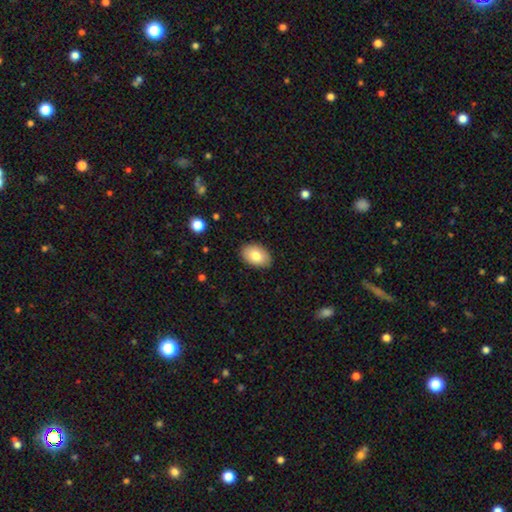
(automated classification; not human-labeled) A smooth galaxy with no disk features (81%) that is in between round and cigar-shaped (90%). Merging: none (87%).